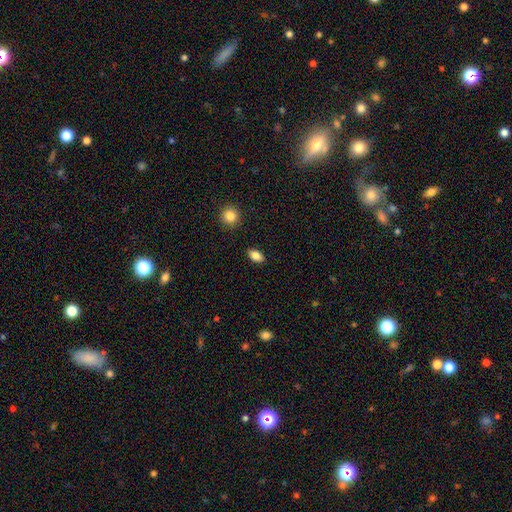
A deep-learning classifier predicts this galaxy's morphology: A smooth galaxy with no disk features (83%) that is in between round and cigar-shaped (89%). Merging: none (89%).